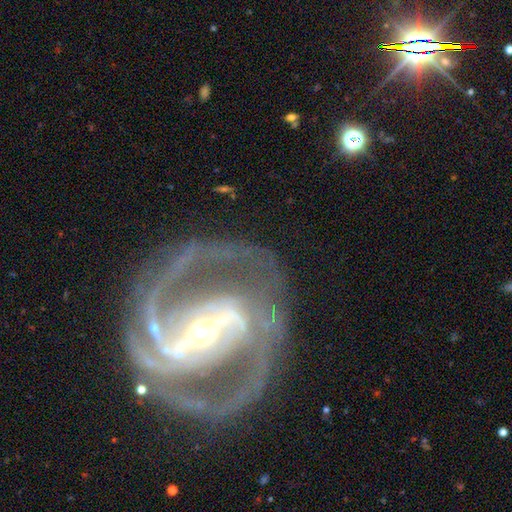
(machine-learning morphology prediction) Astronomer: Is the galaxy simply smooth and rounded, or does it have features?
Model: featured or disk — 92%.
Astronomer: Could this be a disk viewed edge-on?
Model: no — 97%.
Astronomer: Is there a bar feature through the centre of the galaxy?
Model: strong — 77%.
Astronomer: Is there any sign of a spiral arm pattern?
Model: yes — 98%.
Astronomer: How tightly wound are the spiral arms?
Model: medium — 52% (runner-up: tight, 39%).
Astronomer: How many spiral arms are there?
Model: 2 — 70%.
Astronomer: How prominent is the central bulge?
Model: moderate — 47%, tied with small at 47%.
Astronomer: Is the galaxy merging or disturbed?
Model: none — 74%.